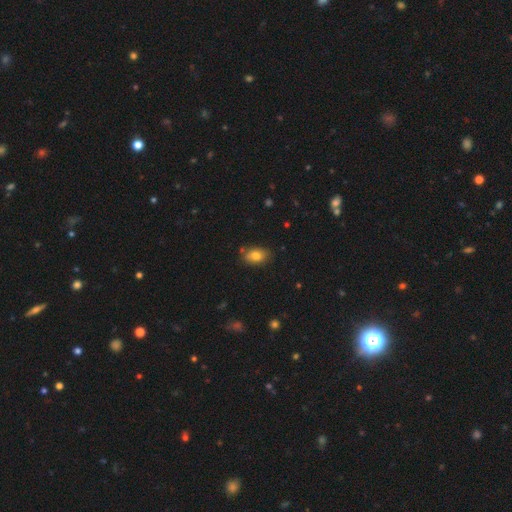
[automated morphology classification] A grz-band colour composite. It shows a smooth galaxy with no disk features (80%) that is in between round and cigar-shaped (84%). Merging: none (76%).